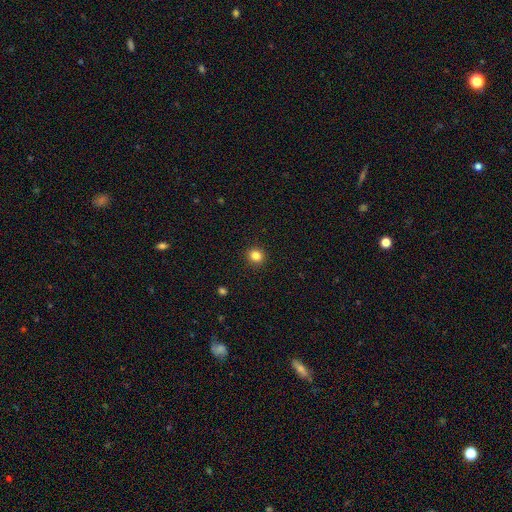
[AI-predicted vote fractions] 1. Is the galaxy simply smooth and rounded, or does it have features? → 84% smooth, 12% star or artifact, 5% featured or disk.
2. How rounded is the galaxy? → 86% round, 14% in between, 1% cigar-shaped.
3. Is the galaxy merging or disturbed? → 92% none, 5% minor disturbance, 2% major disturbance, 1% merger.